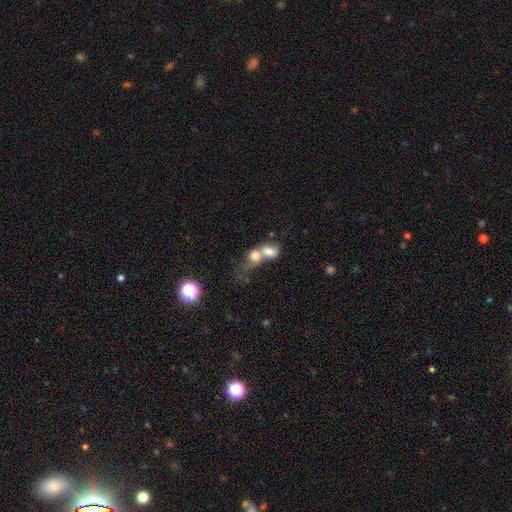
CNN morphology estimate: Smooth or featured? smooth (70%)
How rounded? in between (56%)
Merging? merger (78%)